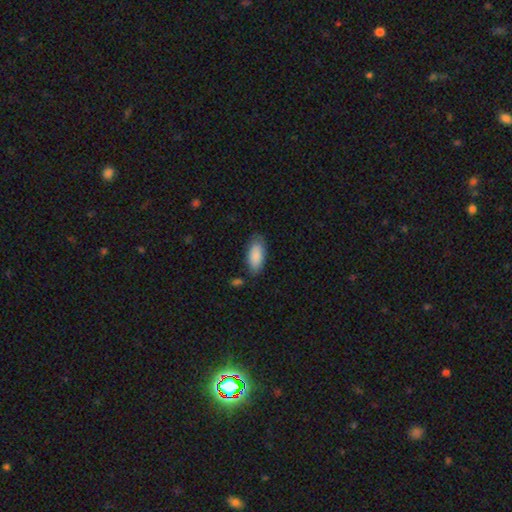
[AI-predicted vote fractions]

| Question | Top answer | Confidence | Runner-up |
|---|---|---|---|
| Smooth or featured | smooth | 87% | featured or disk (7%) |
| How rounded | in between | 88% | cigar-shaped (10%) |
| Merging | none | 75% | minor disturbance (18%) |